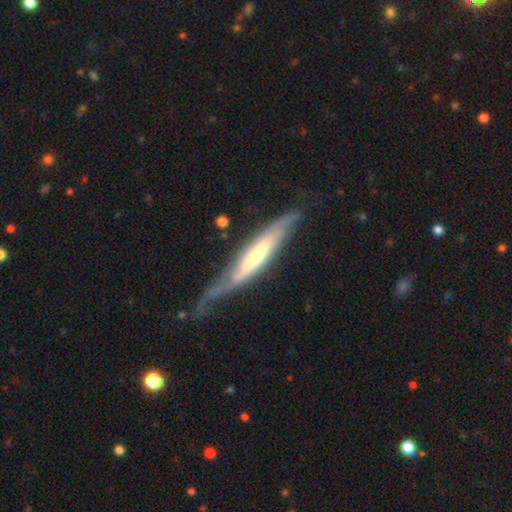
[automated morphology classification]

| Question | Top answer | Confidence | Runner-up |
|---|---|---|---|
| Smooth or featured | featured or disk | 73% | smooth (22%) |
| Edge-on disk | yes | 69% | no (31%) |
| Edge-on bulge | rounded | 44% | none (35%) |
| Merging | none | 52% | minor disturbance (30%) |